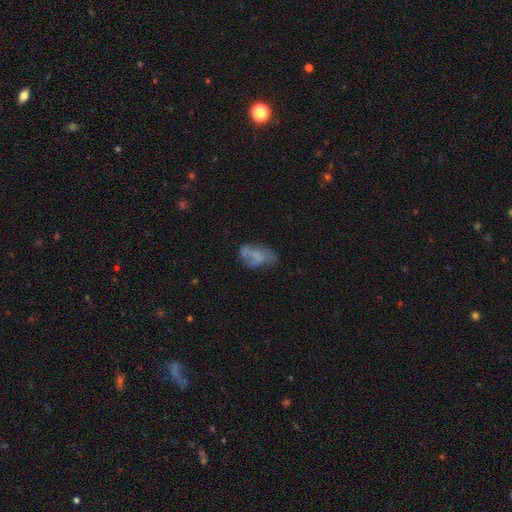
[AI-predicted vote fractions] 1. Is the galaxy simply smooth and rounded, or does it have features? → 49% smooth, 39% featured or disk, 12% star or artifact.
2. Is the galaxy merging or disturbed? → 38% none, 29% major disturbance, 28% minor disturbance, 6% merger.